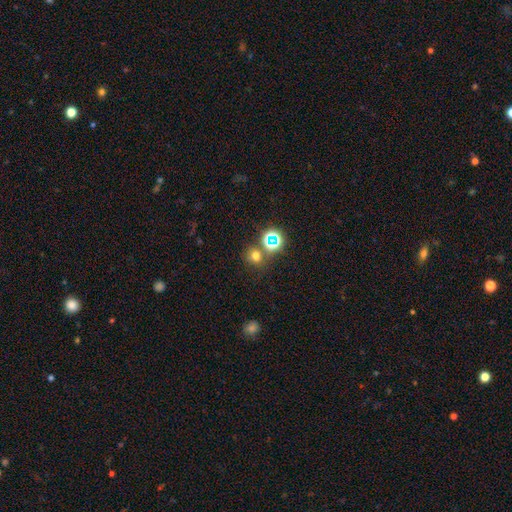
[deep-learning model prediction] Q: Smooth or featured?
A: smooth (62%); runner-up: star or artifact (30%)
Q: How rounded?
A: round (75%); runner-up: in between (24%)
Q: Merging?
A: none (70%); runner-up: merger (17%)